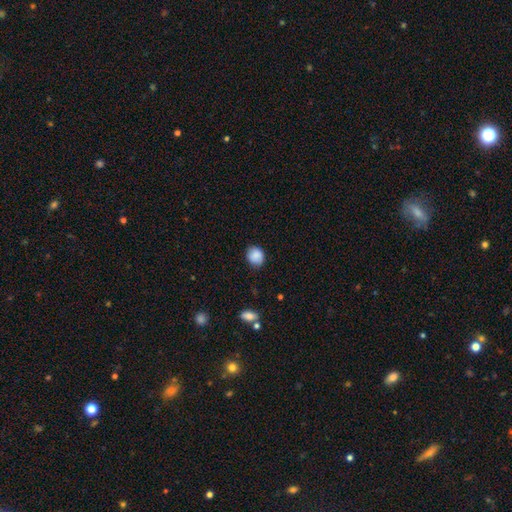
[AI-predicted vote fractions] Q: Smooth or featured?
A: smooth (86%); runner-up: star or artifact (8%)
Q: How rounded?
A: round (70%); runner-up: in between (29%)
Q: Merging?
A: none (79%); runner-up: minor disturbance (16%)